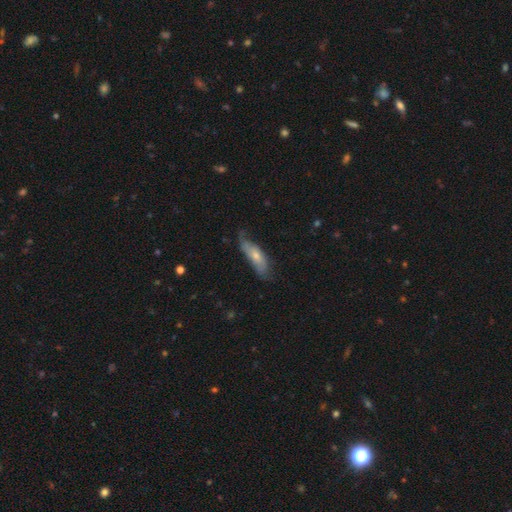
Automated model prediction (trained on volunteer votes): Overall: smooth (56%; featured or disk 38%). How rounded: in between (55%; cigar-shaped 43%). Merging: none (49%; minor disturbance 34%).